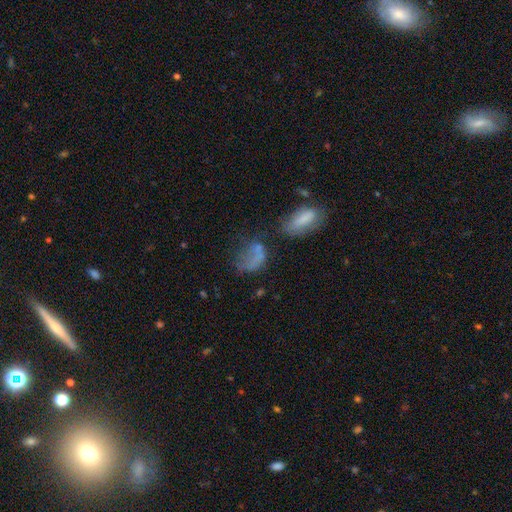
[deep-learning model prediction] Smooth or featured?
  - smooth: 59% *
  - featured or disk: 25%
  - star or artifact: 16%
How rounded?
  - in between: 77% *
  - round: 17%
  - cigar-shaped: 6%
Merging?
  - major disturbance: 34% *
  - none: 28%
  - minor disturbance: 20%
  - merger: 19%